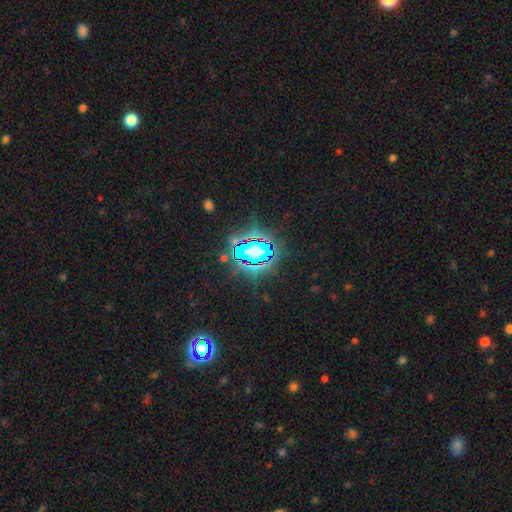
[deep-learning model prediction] star or artifact 75%, smooth 14%, featured or disk 10%.